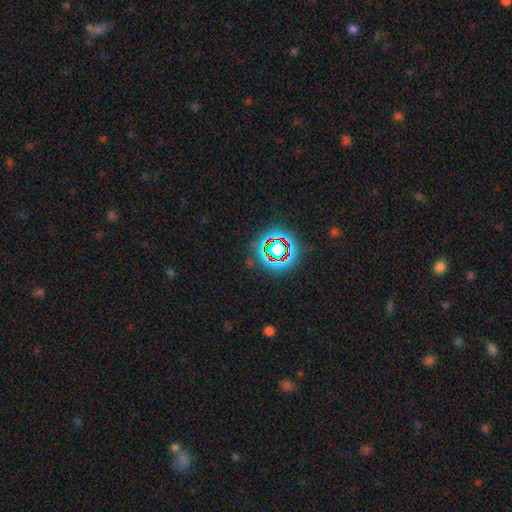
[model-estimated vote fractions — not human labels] Smooth or featured?
  - star or artifact: 69% *
  - smooth: 16%
  - featured or disk: 15%